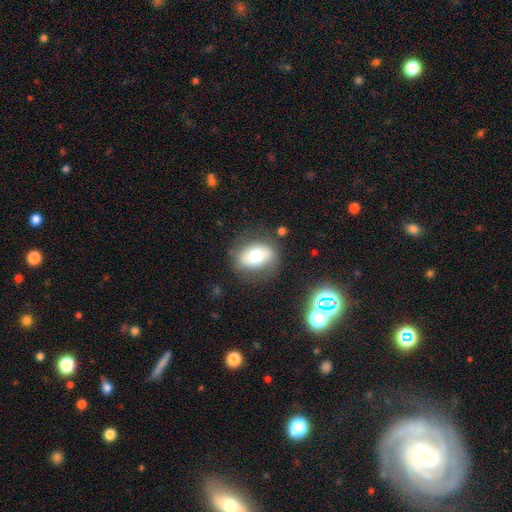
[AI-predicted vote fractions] smooth_or_featured: smooth (p=0.64) [alt: featured or disk p=0.26]
how_rounded: in between (p=0.61) [alt: round p=0.37]
merging: none (p=0.73) [alt: minor disturbance p=0.17]